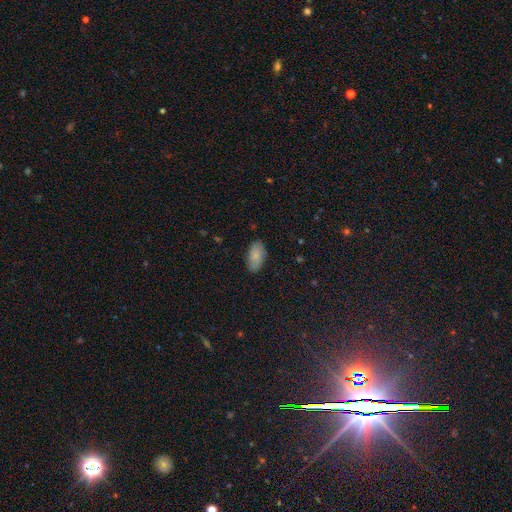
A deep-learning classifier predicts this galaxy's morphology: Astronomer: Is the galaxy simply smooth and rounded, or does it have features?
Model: smooth — 79%.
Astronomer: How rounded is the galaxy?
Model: in between — 94%.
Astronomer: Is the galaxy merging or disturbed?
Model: none — 83%.